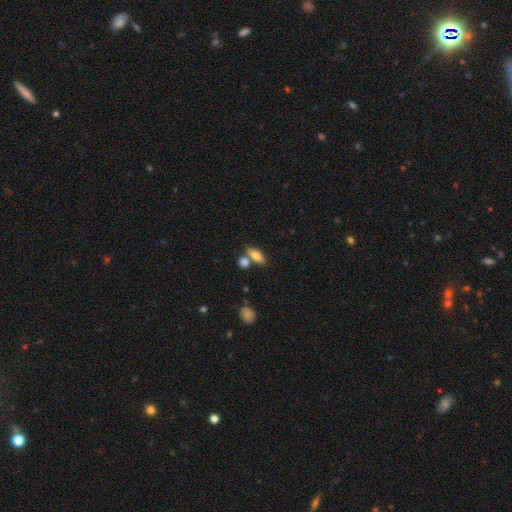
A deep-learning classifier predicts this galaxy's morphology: A smooth galaxy with no disk features (73%) that is in between round and cigar-shaped (72%). Merging: none (59%).